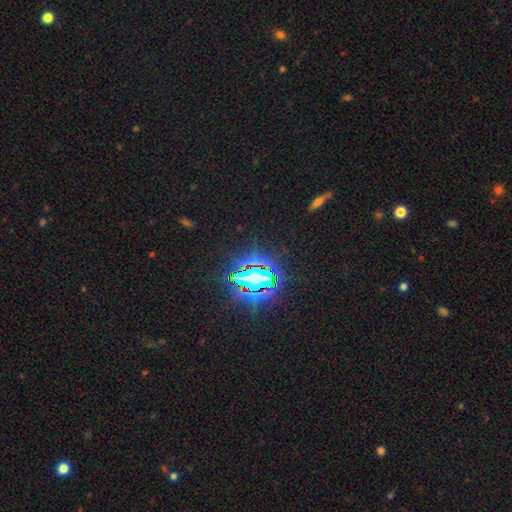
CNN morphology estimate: star or artifact 84%, smooth 10%, featured or disk 6%.